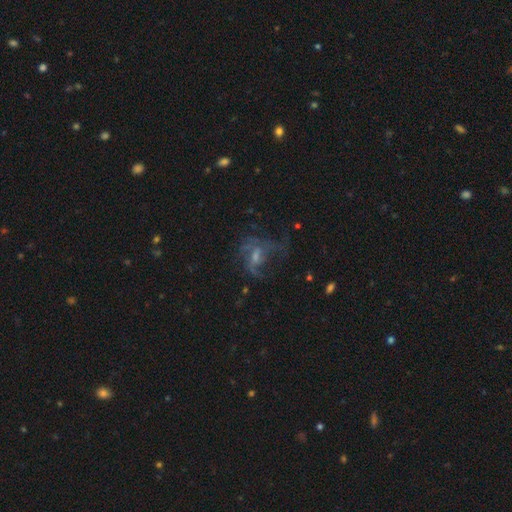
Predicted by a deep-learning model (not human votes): The model was most divided on "merging" (2-way tie): major disturbance: 40%, none: 40%, minor disturbance: 16%, merger: 3%. Remaining: edge-on disk — no (96%); spiral arms — yes (73%); smooth or featured — featured or disk (67%); bar — no (46%); bulge size — small (41%).